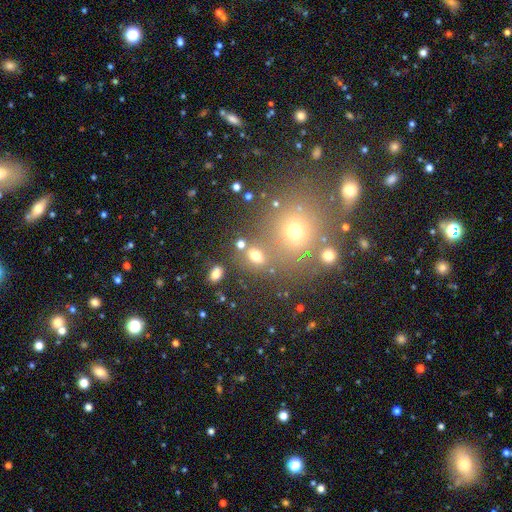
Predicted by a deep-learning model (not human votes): smooth-or-featured: smooth: 68% | star or artifact: 21% | featured or disk: 12%
  how-rounded: in between: 62% | round: 36% | cigar-shaped: 3%
  merging: none: 62% | merger: 20% | minor disturbance: 12% | major disturbance: 7%